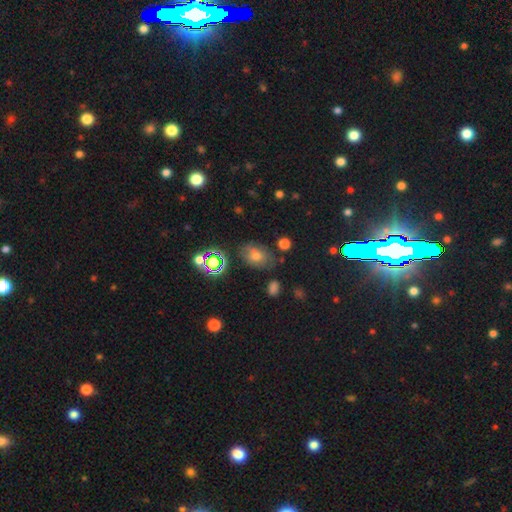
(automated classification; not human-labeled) smooth-or-featured: smooth: 62% | star or artifact: 24% | featured or disk: 15%
  how-rounded: in between: 77% | round: 22% | cigar-shaped: 2%
  merging: none: 70% | minor disturbance: 19% | major disturbance: 6% | merger: 5%